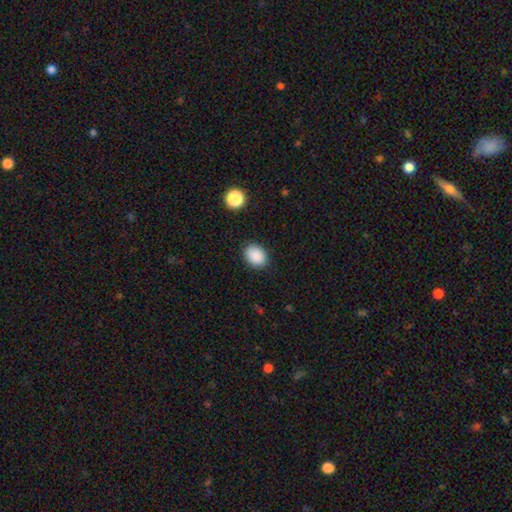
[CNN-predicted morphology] Overall: smooth (89%). How rounded: in between (61%; round 38%). Merging: none (88%).